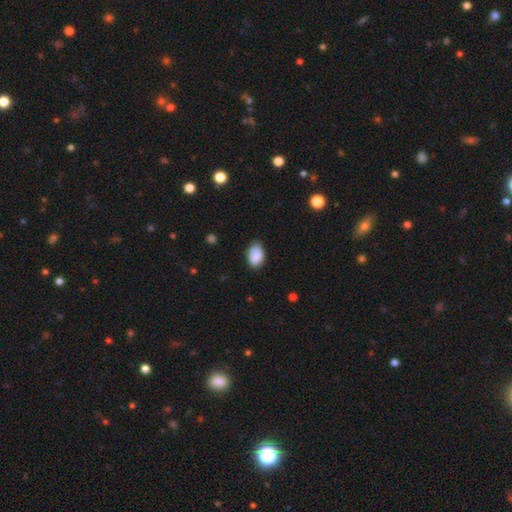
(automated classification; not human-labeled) This appears to be a smooth galaxy with no disk features (89%) that is in between round and cigar-shaped (88%). Merging: none (75%).